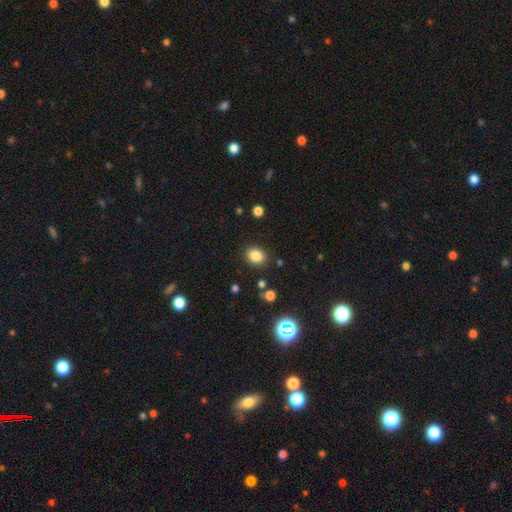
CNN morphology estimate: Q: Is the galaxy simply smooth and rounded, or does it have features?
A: smooth — 85%.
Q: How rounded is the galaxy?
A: in between — 54%.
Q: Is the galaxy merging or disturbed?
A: none — 87%.